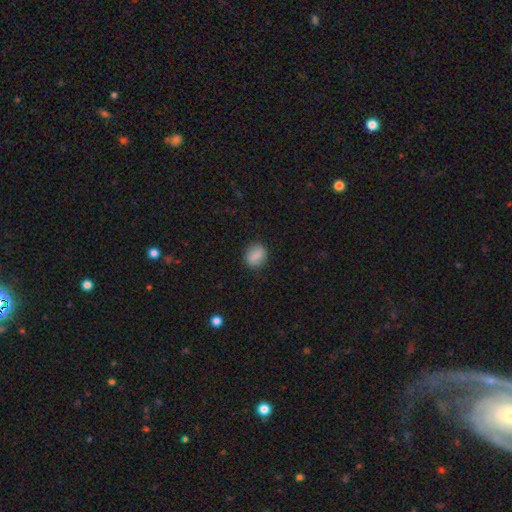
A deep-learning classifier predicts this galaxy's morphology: Smooth or featured? smooth (84%)
How rounded? round (52%)
Merging? none (86%)